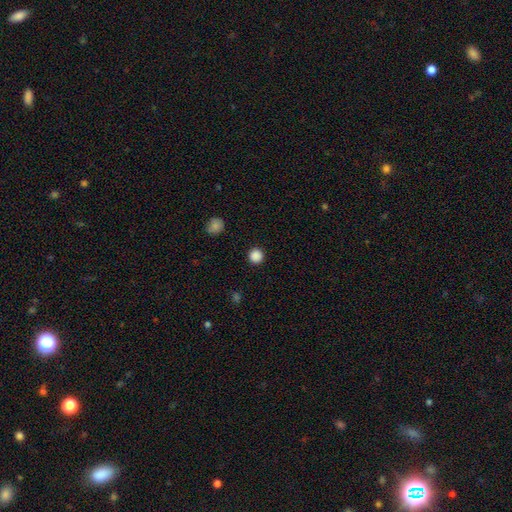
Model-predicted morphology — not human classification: Overall: smooth (87%). How rounded: round (95%). Merging: none (92%).